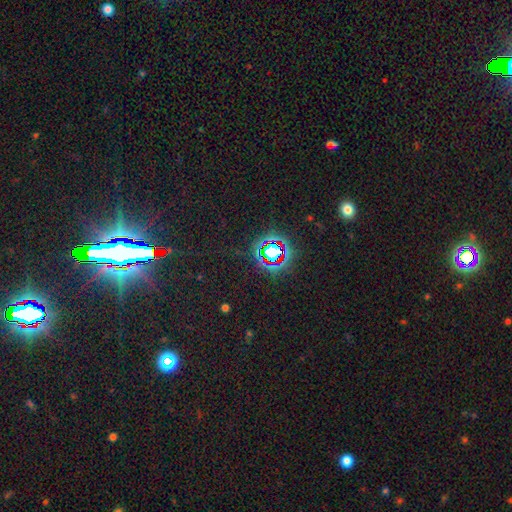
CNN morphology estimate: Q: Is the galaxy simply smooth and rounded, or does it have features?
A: star or artifact — 81%.